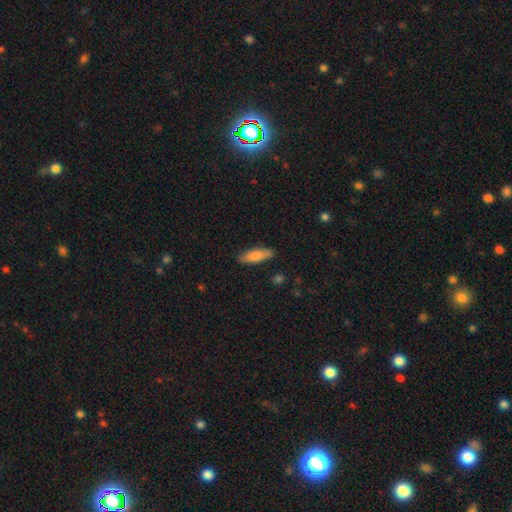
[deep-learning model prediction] smooth 81%, featured or disk 13%, star or artifact 6%. Down the decision tree: how rounded — cigar-shaped (50%); merging — none (86%).